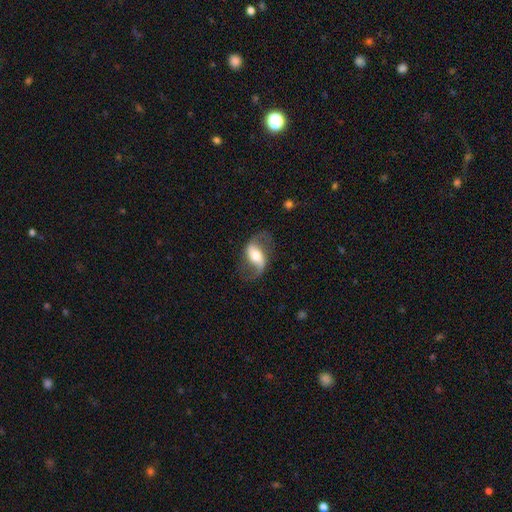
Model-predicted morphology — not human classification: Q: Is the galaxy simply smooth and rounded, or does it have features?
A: featured or disk — 83%.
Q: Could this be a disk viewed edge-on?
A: no — 95%.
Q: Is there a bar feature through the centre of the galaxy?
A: strong — 39%.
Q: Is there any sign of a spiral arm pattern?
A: yes — 94%.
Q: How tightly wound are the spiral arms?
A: loose — 73%.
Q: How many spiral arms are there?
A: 2 — 92%.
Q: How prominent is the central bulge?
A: moderate — 61%.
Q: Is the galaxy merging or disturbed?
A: none — 75%.